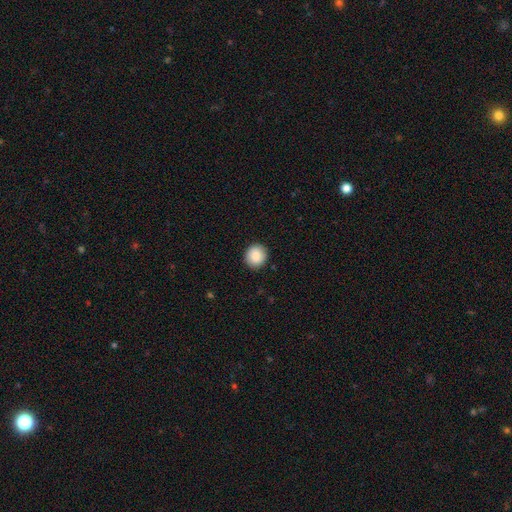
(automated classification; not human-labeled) This is clearly a smooth galaxy (88%). How rounded: clearly round (89%). Merging: clearly none (91%).